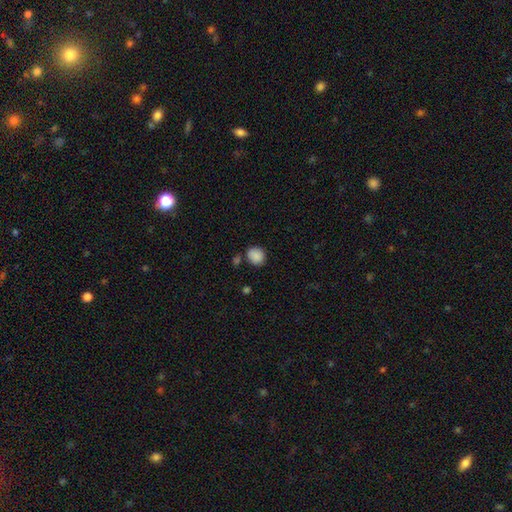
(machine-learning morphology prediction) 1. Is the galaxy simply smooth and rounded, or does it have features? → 87% smooth, 9% star or artifact, 4% featured or disk.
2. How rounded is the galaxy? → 76% round, 23% in between, 1% cigar-shaped.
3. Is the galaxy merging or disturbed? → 73% none, 14% minor disturbance, 9% merger, 3% major disturbance.